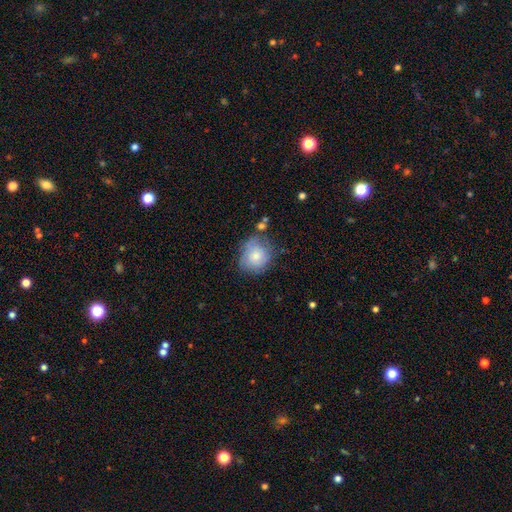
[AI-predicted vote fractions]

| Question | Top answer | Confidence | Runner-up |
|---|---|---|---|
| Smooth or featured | smooth | 71% | featured or disk (21%) |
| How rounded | round | 75% | in between (24%) |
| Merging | none | 59% | minor disturbance (27%) |